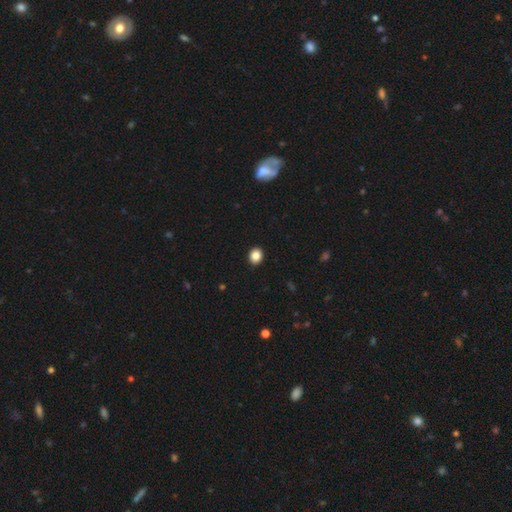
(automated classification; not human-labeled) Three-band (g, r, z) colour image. It shows a smooth galaxy with no disk features (86%) that is round (61%). Merging: none (92%).